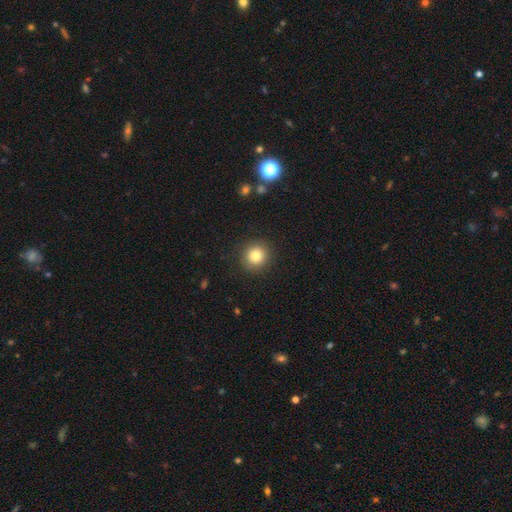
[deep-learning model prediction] Smooth or featured: smooth — 81% (star or artifact — 11%)
How rounded: round — 92% (in between — 7%)
Merging: none — 90% (minor disturbance — 6%)